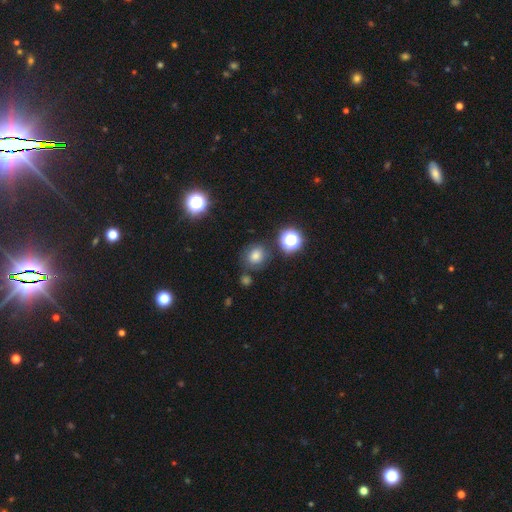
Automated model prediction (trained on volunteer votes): Overall: smooth (71%). How rounded: round (82%). Merging: none (78%).